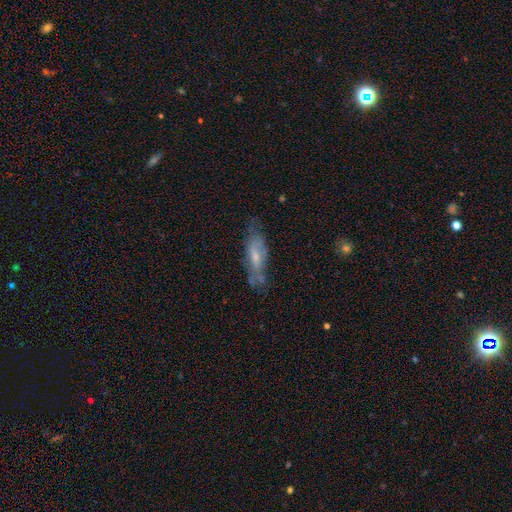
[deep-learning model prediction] Q: Smooth or featured?
A: featured or disk (48%); runner-up: smooth (44%)
Q: Merging?
A: none (57%); runner-up: minor disturbance (27%)